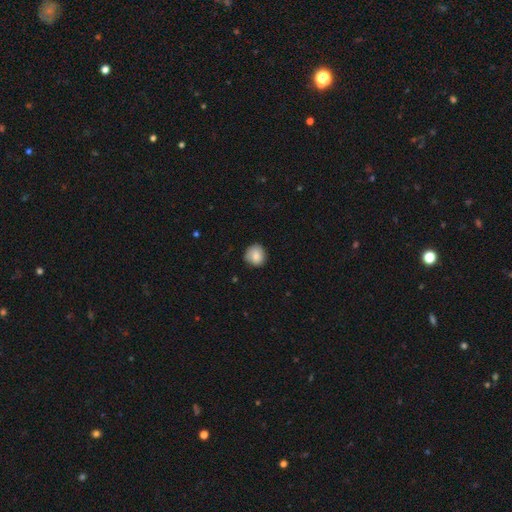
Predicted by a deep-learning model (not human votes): A smooth galaxy with no disk features (83%) that is round (85%).

Vote fractions:
- Smooth or featured? smooth: 83% / featured or disk: 9% / star or artifact: 8%
- How rounded? round: 85% / in between: 14% / cigar-shaped: 1%
- Merging? none: 76% / minor disturbance: 19% / major disturbance: 4% / merger: 1%